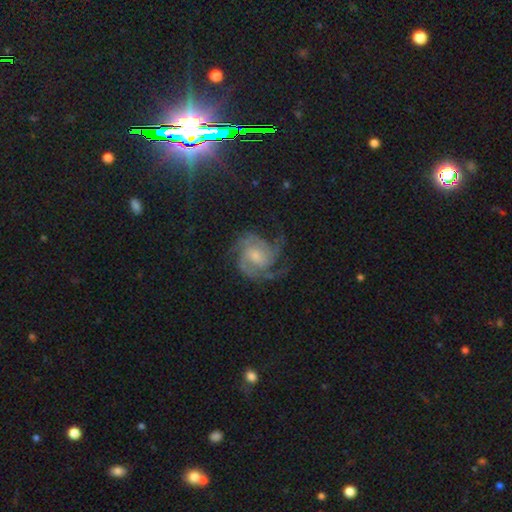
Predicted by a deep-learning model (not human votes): smooth_or_featured: featured or disk (p=0.87) [alt: smooth p=0.07]
disk_edge_on: no (p=0.98) [alt: yes p=0.02]
bar: no (p=0.53) [alt: weak p=0.39]
has_spiral_arms: yes (p=0.97) [alt: no p=0.03]
spiral_winding: medium (p=0.47) [alt: tight p=0.40]
spiral_arm_count: 3 (p=0.41) [alt: 2 p=0.18]
bulge_size: small (p=0.48) [alt: moderate p=0.39]
merging: none (p=0.63) [alt: minor disturbance p=0.18]